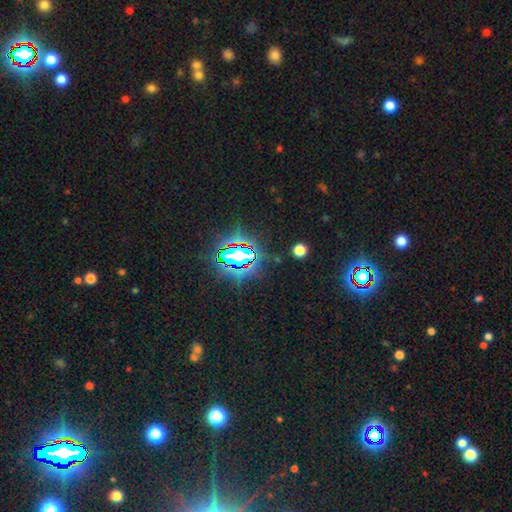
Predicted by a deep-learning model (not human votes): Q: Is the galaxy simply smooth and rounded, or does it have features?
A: star or artifact — 82%.